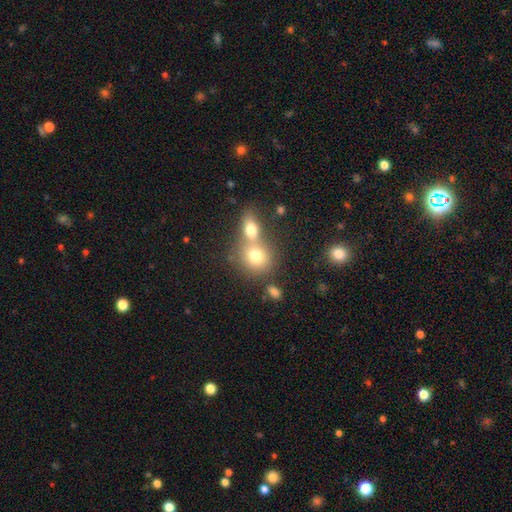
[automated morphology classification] This is likely a smooth galaxy (74%). How rounded: likely round (75%). Merging: possibly merger (51%).